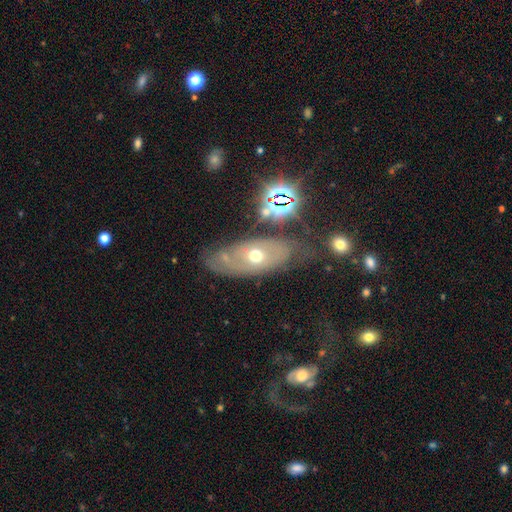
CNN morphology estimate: Smooth or featured: featured or disk — 58% (smooth — 29%)
Edge-on disk: no — 85% (yes — 15%)
Merging: none — 60% (minor disturbance — 22%)